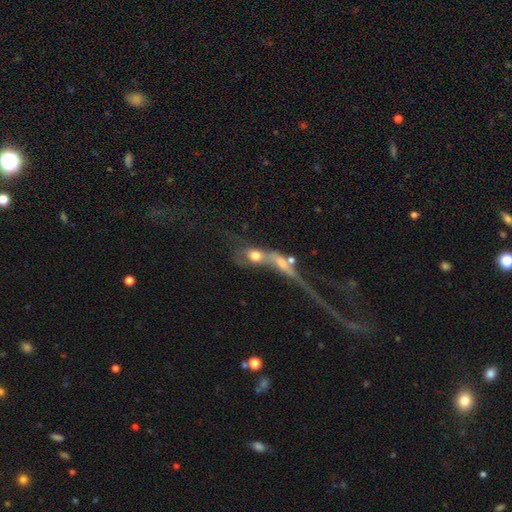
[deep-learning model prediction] A smooth galaxy with no disk features (50%).

Vote fractions:
- Smooth or featured? smooth: 50% / featured or disk: 37% / star or artifact: 13%
- Merging? merger: 63% / major disturbance: 17% / none: 14% / minor disturbance: 7%